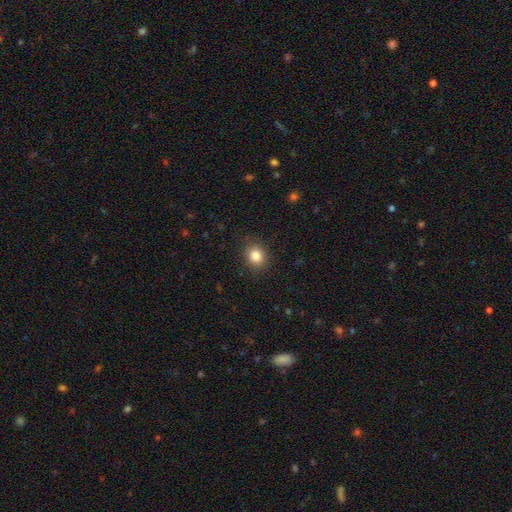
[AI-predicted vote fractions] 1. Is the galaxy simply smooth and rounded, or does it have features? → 84% smooth, 10% star or artifact, 6% featured or disk.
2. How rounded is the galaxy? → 65% round, 34% in between, 1% cigar-shaped.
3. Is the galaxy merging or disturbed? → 88% none, 8% minor disturbance, 3% major disturbance, 1% merger.